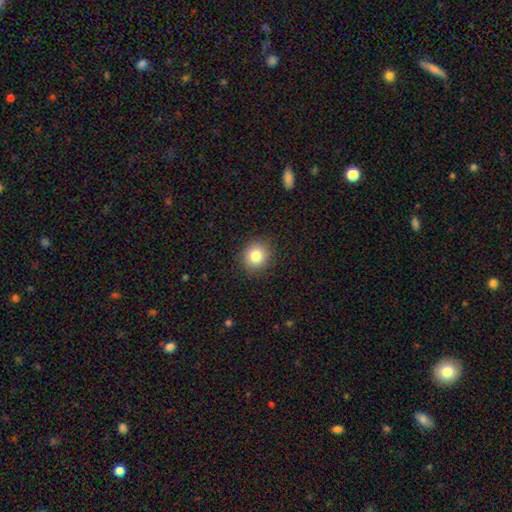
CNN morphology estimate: smooth_or_featured: smooth (p=0.82) [alt: star or artifact p=0.11]
how_rounded: round (p=0.86) [alt: in between p=0.13]
merging: none (p=0.91) [alt: minor disturbance p=0.06]